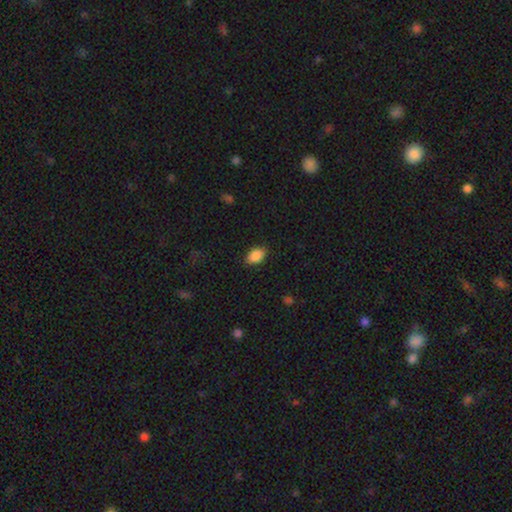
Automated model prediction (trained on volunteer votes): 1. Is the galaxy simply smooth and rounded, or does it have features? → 87% smooth, 8% star or artifact, 5% featured or disk.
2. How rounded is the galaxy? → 88% in between, 10% round, 2% cigar-shaped.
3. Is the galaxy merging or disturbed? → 85% none, 11% minor disturbance, 3% major disturbance, 1% merger.